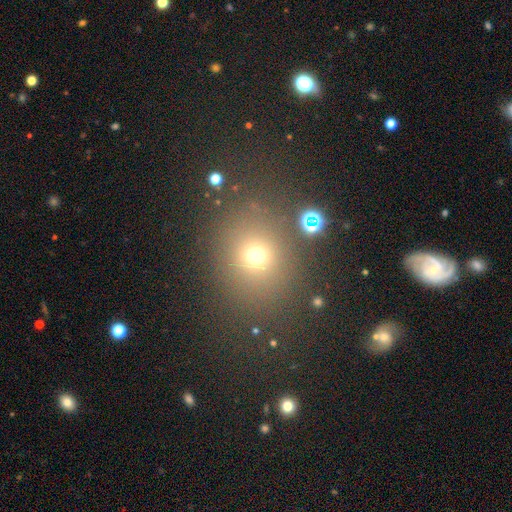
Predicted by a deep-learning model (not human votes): Morphology: type=smooth (69%); roundness=round (77%); merging=none (78%).